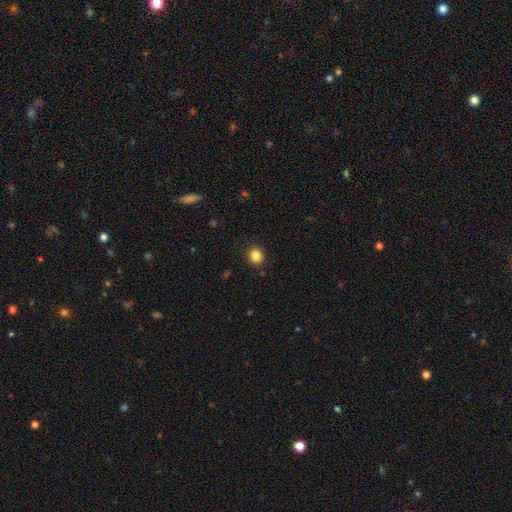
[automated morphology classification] Q: Smooth or featured?
A: smooth (84%); runner-up: star or artifact (12%)
Q: How rounded?
A: round (88%); runner-up: in between (11%)
Q: Merging?
A: none (92%); runner-up: minor disturbance (5%)